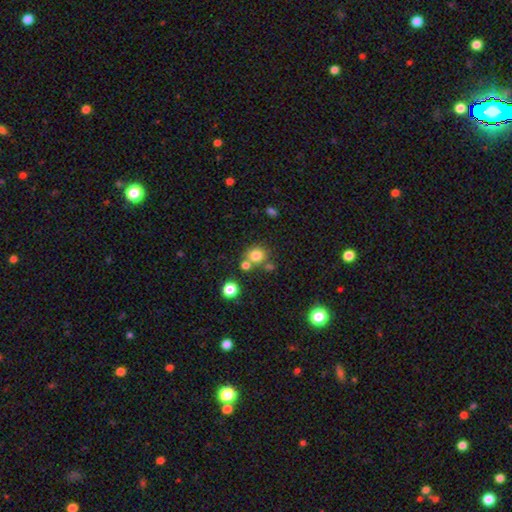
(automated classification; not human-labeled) A smooth galaxy with no disk features (78%) that is round (85%).

Vote fractions:
- Smooth or featured? smooth: 78% / star or artifact: 14% / featured or disk: 8%
- How rounded? round: 85% / in between: 14% / cigar-shaped: 1%
- Merging? none: 65% / merger: 22% / minor disturbance: 10% / major disturbance: 4%